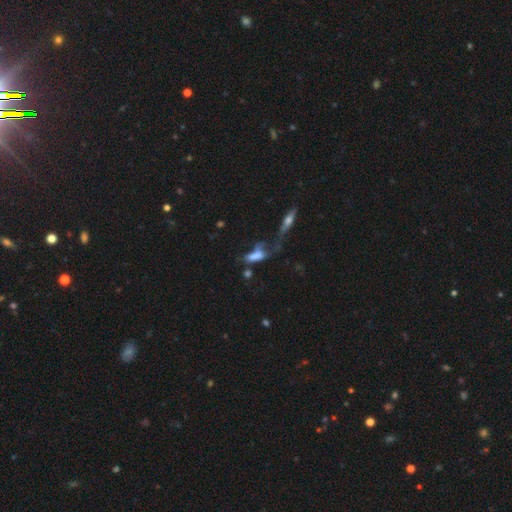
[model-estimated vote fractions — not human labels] smooth 59%, featured or disk 27%, star or artifact 13%. Down the decision tree: how rounded — in between (67%); merging — major disturbance (33%).